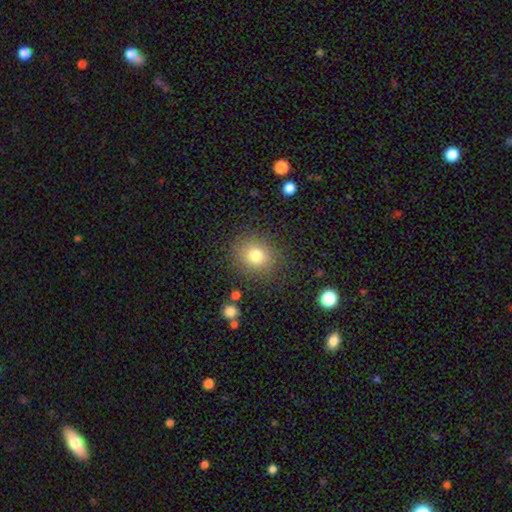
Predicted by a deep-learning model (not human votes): Overall: smooth (78%). How rounded: round (72%). Merging: none (84%).